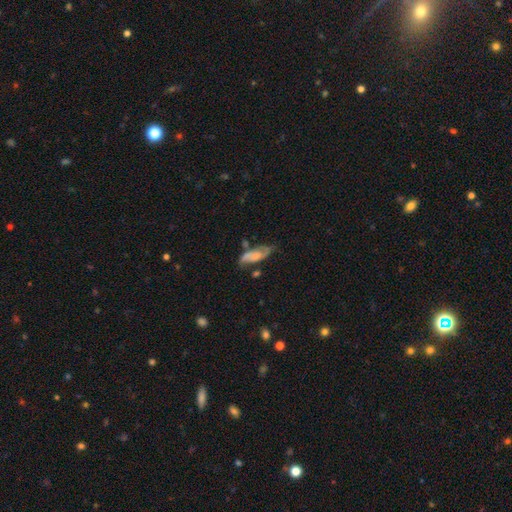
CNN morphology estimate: This is possibly a featured or disk galaxy (51%). It is clearly not viewed edge-on (86%). Merging: possibly none (56%).